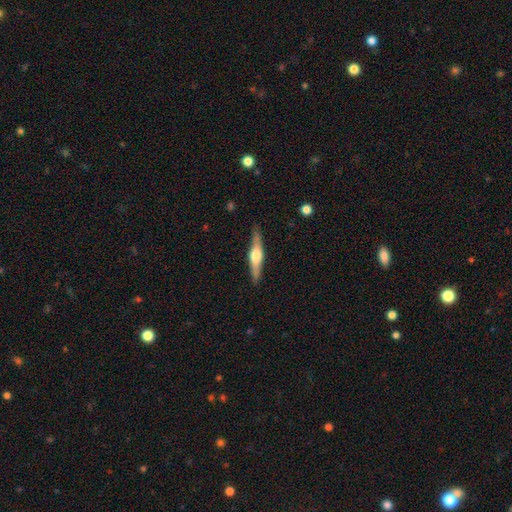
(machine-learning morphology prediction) Smooth or featured? Predicted: featured or disk (p=0.68). Edge-on disk? Predicted: yes (p=0.97). Edge-on bulge? Predicted: rounded (p=0.89). Merging? Predicted: none (p=0.88).